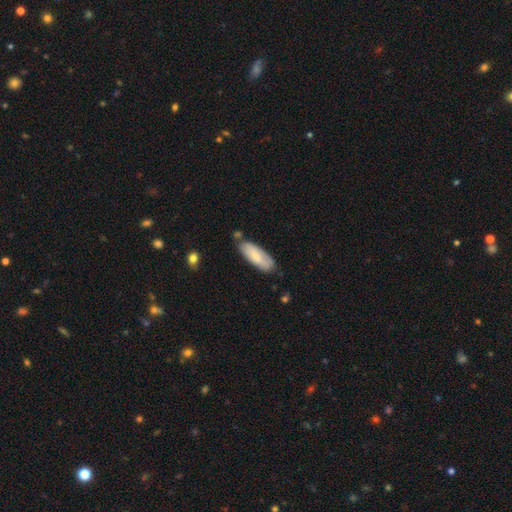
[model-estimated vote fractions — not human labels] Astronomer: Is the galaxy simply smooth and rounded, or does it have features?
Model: smooth — 72%.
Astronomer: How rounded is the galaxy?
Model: in between — 65%.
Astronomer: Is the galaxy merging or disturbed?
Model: none — 69%.